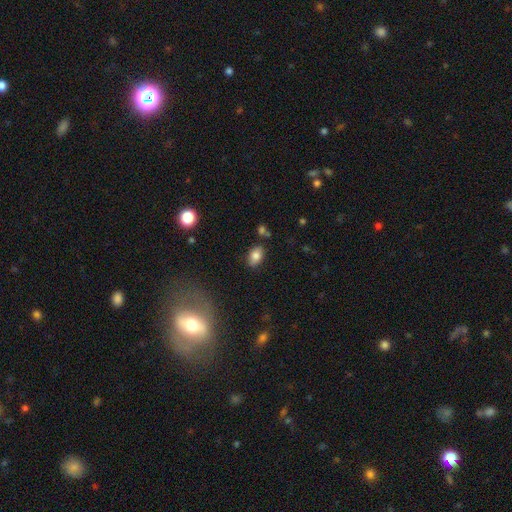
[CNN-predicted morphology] This is clearly a smooth galaxy (81%). How rounded: clearly in between (88%). Merging: clearly none (81%).